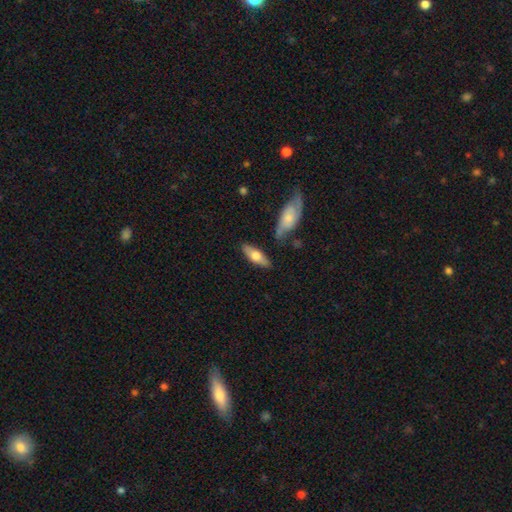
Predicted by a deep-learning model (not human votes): Smooth or featured? smooth (58%)
How rounded? in between (61%)
Merging? none (77%)